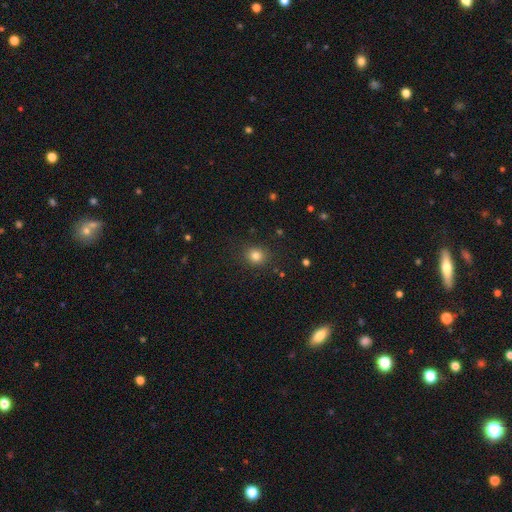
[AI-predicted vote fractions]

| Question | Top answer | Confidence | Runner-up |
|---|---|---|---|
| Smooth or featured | smooth | 81% | star or artifact (13%) |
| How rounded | round | 81% | in between (18%) |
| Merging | none | 88% | minor disturbance (8%) |